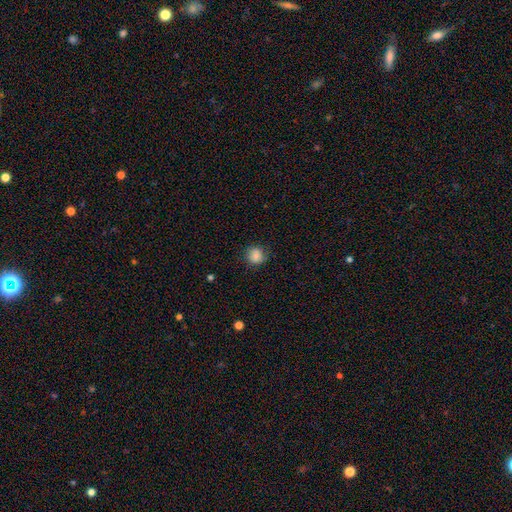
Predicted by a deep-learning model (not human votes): smooth-or-featured: smooth: 85% | star or artifact: 9% | featured or disk: 6%
  how-rounded: round: 84% | in between: 15% | cigar-shaped: 1%
  merging: none: 80% | minor disturbance: 15% | major disturbance: 4% | merger: 1%